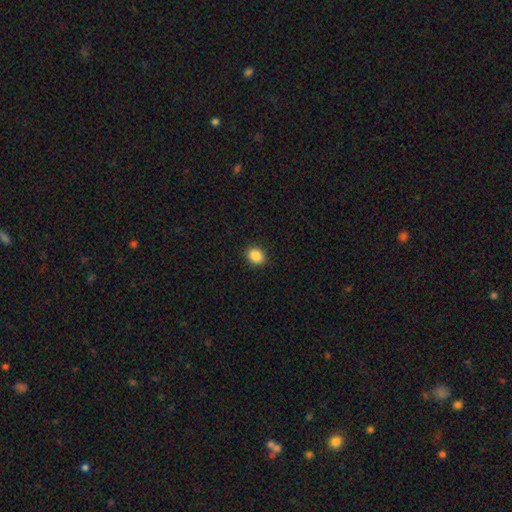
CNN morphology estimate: Smooth or featured? Predicted: smooth (p=0.88). How rounded? Predicted: in between (p=0.51). Merging? Predicted: none (p=0.90).